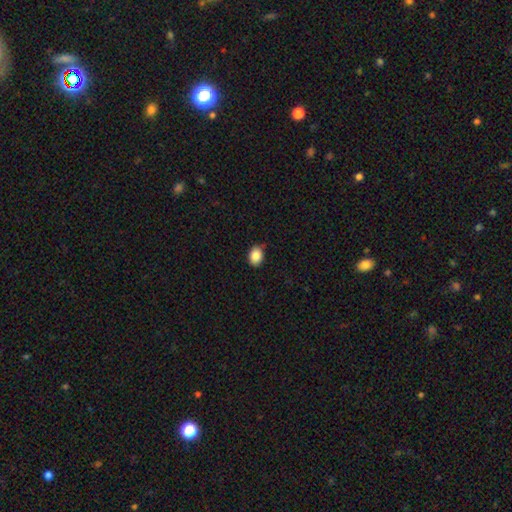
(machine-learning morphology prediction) Smooth or featured? smooth (86%)
How rounded? in between (65%)
Merging? none (80%)